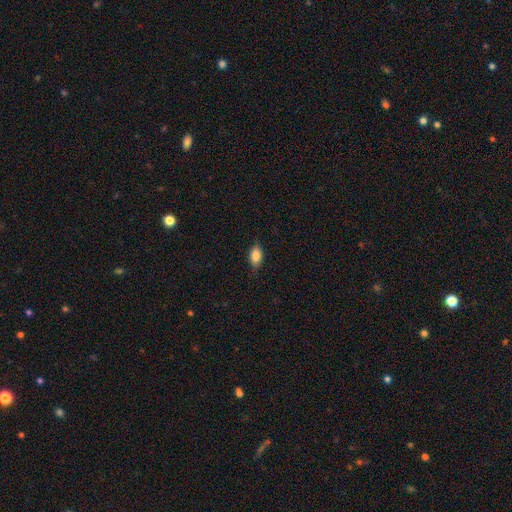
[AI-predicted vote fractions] smooth_or_featured: smooth (p=0.82) [alt: featured or disk p=0.10]
how_rounded: in between (p=0.88) [alt: round p=0.08]
merging: none (p=0.79) [alt: minor disturbance p=0.17]